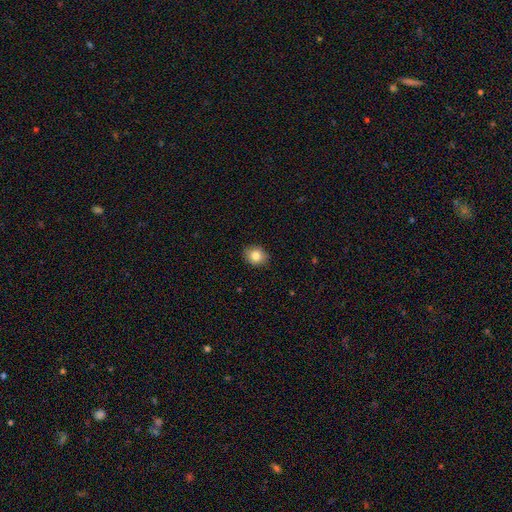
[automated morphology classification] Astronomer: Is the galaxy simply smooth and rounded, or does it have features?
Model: smooth — 83%.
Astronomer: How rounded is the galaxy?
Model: round — 64%.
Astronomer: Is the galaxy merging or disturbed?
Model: none — 88%.